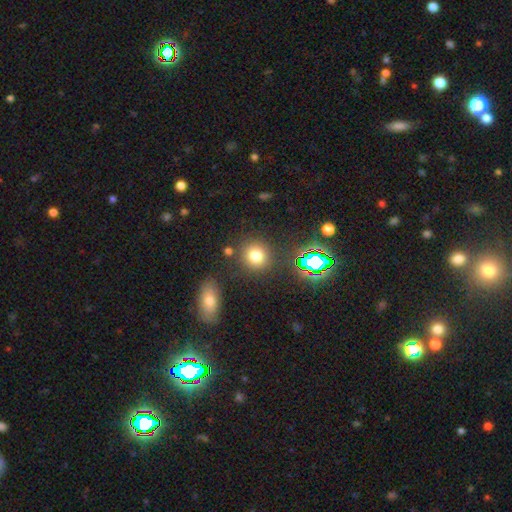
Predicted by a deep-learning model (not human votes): Smooth or featured?
  - smooth: 73% *
  - star or artifact: 19%
  - featured or disk: 8%
How rounded?
  - round: 88% *
  - in between: 11%
  - cigar-shaped: 1%
Merging?
  - none: 84% *
  - minor disturbance: 8%
  - merger: 5%
  - major disturbance: 3%